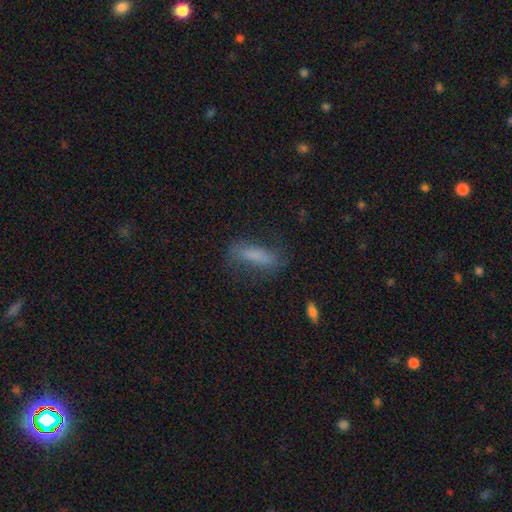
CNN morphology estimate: Overall: smooth (70%). How rounded: cigar-shaped (52%; in between 45%). Merging: none (65%).